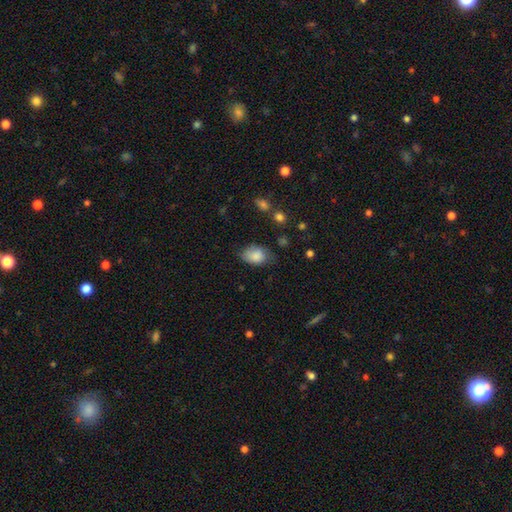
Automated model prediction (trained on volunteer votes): A smooth galaxy with no disk features (83%) that is in between round and cigar-shaped (78%). Merging: none (57%).